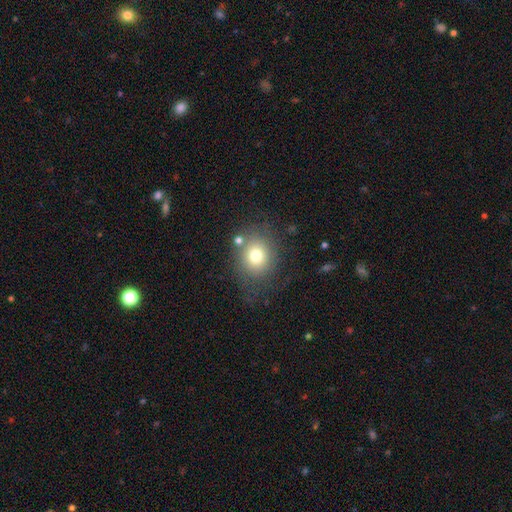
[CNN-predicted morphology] This is likely a smooth galaxy (73%). How rounded: likely round (75%). Merging: likely none (70%).